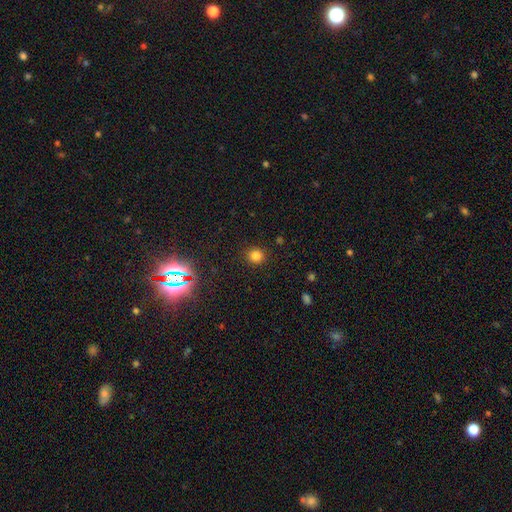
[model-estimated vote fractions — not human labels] smooth 80%, star or artifact 16%, featured or disk 4%. Down the decision tree: how rounded — round (88%); merging — none (90%).